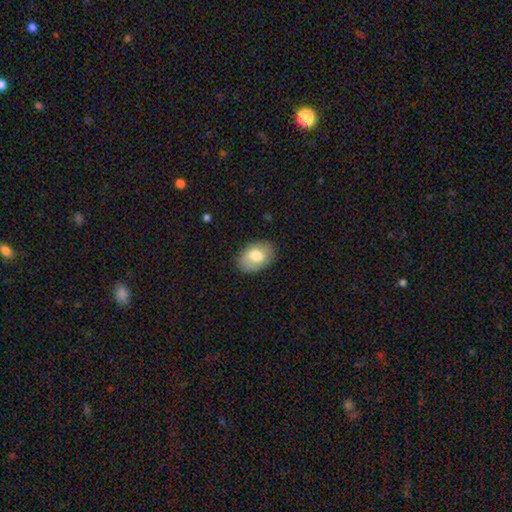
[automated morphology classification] A smooth galaxy with no disk features (62%) that is in between round and cigar-shaped (80%). Merging: none (80%).